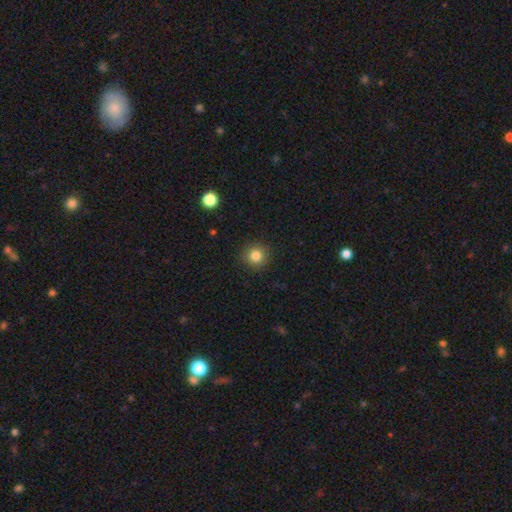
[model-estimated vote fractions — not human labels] smooth 83%, star or artifact 11%, featured or disk 6%. Down the decision tree: how rounded — round (93%); merging — none (91%).